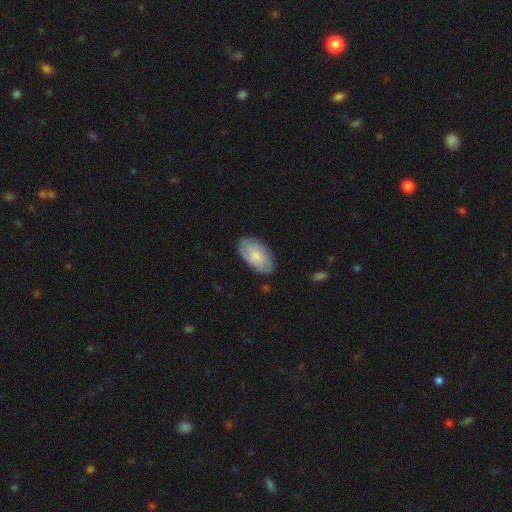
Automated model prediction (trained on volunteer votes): Morphology: type=smooth (67%); roundness=in between (95%); merging=none (80%).